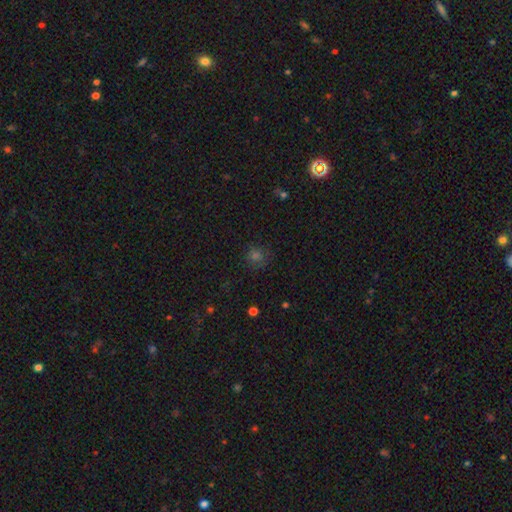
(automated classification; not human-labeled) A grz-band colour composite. It shows a smooth galaxy with no disk features (60%) that is round (91%). Merging: none (83%).